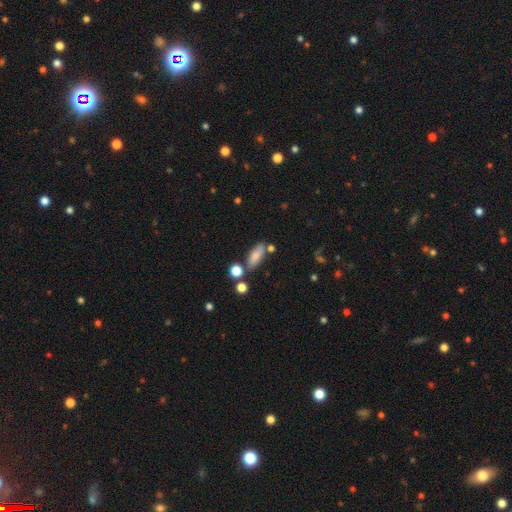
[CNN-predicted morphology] smooth 79%, featured or disk 13%, star or artifact 9%. Down the decision tree: how rounded — in between (72%); merging — none (71%).